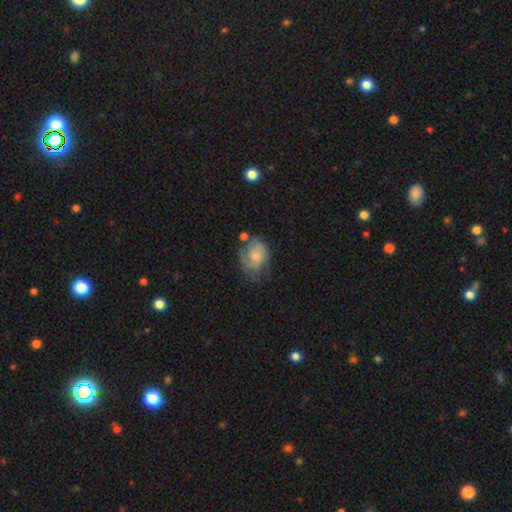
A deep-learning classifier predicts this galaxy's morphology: This is possibly a featured or disk galaxy (60%). It is clearly not viewed edge-on (97%). Bar: likely no (72%). Spiral arm pattern: clearly yes (83%). Central bulge: possibly small (47%). Merging: possibly none (47%).